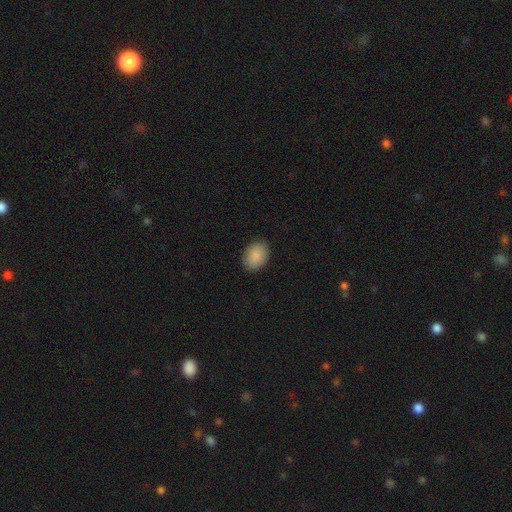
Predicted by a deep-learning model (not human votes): This is clearly a smooth galaxy (89%). How rounded: likely in between (77%). Merging: clearly none (88%).